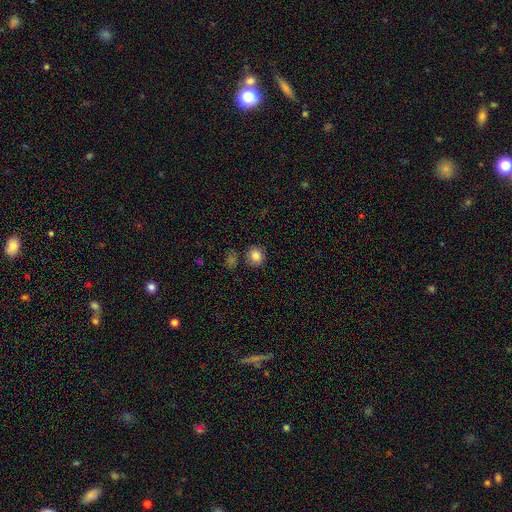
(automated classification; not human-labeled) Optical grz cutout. It shows a smooth galaxy with no disk features (85%) that is round (83%). Merging: none (81%).